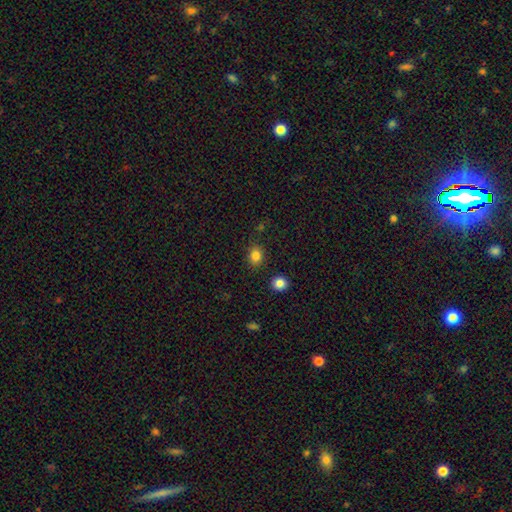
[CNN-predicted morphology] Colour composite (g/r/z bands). It shows a smooth galaxy with no disk features (84%) that is round (50%). Merging: none (86%).